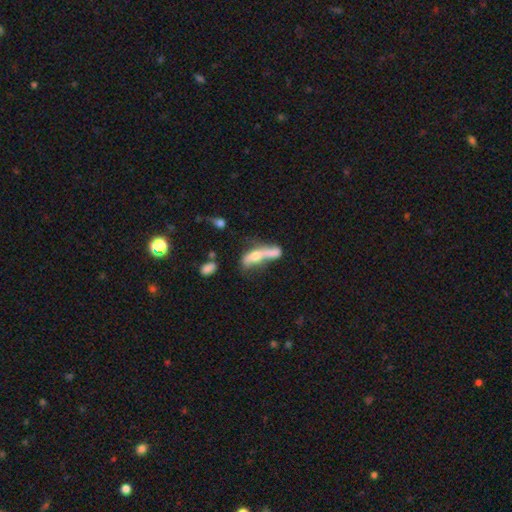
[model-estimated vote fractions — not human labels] smooth_or_featured: smooth (p=0.48) [alt: featured or disk p=0.44]
merging: merger (p=0.37) [alt: none p=0.24]